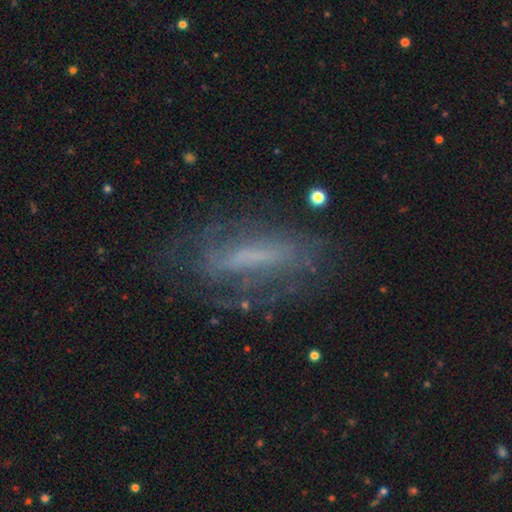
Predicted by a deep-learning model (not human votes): A featured or disk galaxy (65%) with a strong bar (38%), spiral arms (62%) and no central bulge (48%).

Vote fractions:
- Smooth or featured? featured or disk: 65% / smooth: 25% / star or artifact: 10%
- Edge-on disk? no: 78% / yes: 22%
- Bar? strong: 38% / weak: 31% / no: 31%
- Spiral arms? yes: 62% / no: 38%
- Bulge size? none: 48% / small: 27% / moderate: 18% / large: 6% / dominant: 2%
- Merging? none: 63% / minor disturbance: 20% / major disturbance: 15% / merger: 2%